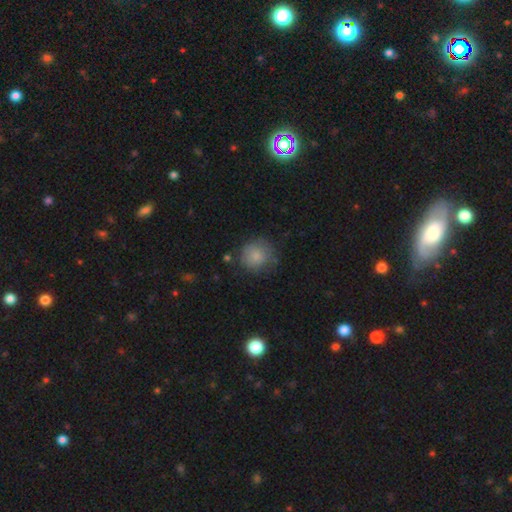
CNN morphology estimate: Smooth or featured: smooth — 82% (featured or disk — 10%)
How rounded: round — 89% (in between — 10%)
Merging: none — 70% (minor disturbance — 20%)